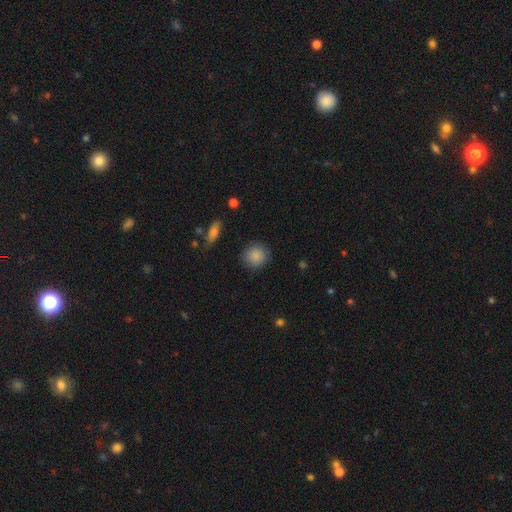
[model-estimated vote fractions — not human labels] Overall: smooth (87%). How rounded: round (89%). Merging: none (87%).